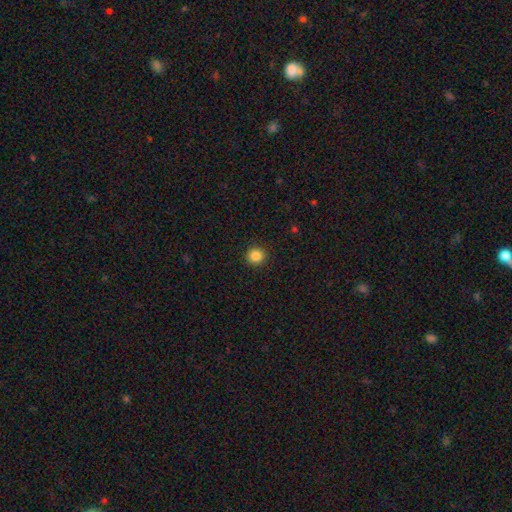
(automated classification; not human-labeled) smooth-or-featured: smooth: 85% | star or artifact: 11% | featured or disk: 4%
  how-rounded: round: 94% | in between: 5% | cigar-shaped: 1%
  merging: none: 93% | minor disturbance: 4% | major disturbance: 2% | merger: 1%